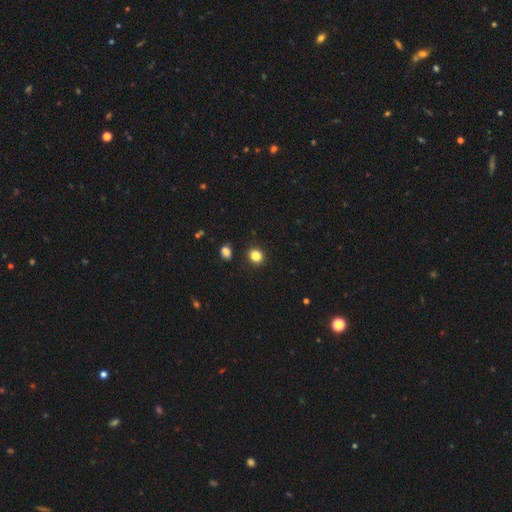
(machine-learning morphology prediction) smooth 84%, star or artifact 11%, featured or disk 4%. Down the decision tree: how rounded — round (73%); merging — none (89%).